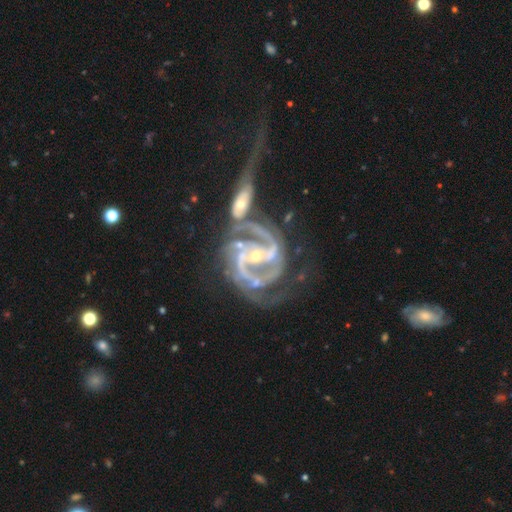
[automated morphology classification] smooth-or-featured: featured or disk: 92% | star or artifact: 5% | smooth: 3%
  disk-edge-on: no: 97% | yes: 3%
    bar: strong: 39% | weak: 34% | no: 27%
    has-spiral-arms: yes: 98% | no: 2%
      spiral-winding: medium: 44% | tight: 43% | loose: 13%
      spiral-arm-count: 2: 75% | 3: 9% | can't tell: 6% | 1: 3% | 4: 3% | more than 4: 3%
    bulge-size: small: 65% | moderate: 30% | none: 2% | large: 2% | dominant: 1%
  merging: merger: 44% | none: 23% | major disturbance: 20% | minor disturbance: 13%